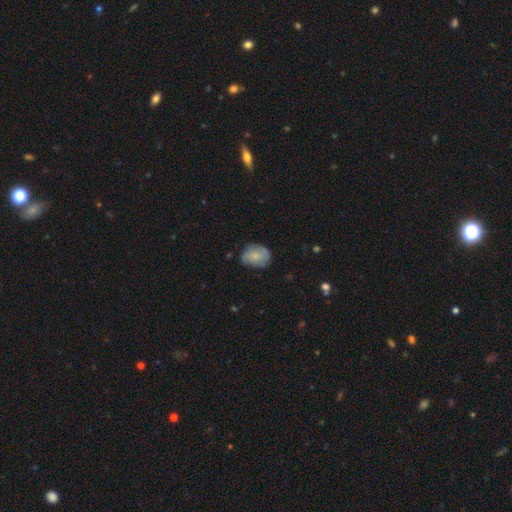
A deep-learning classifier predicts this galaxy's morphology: Overall: smooth (60%; featured or disk 33%). How rounded: in between (57%; round 42%). Merging: none (66%; minor disturbance 26%).